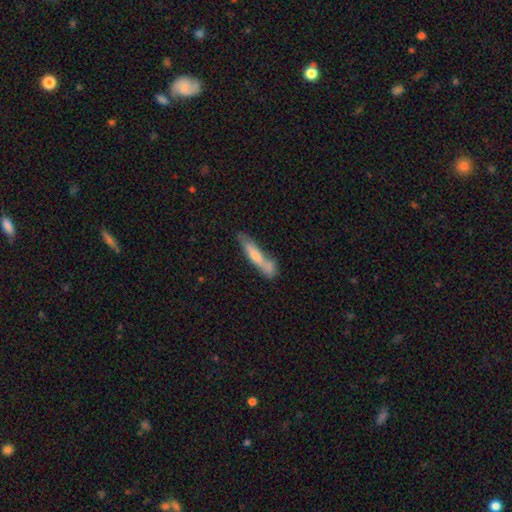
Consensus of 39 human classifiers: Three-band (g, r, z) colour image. It shows a featured or disk galaxy (56%) viewed edge-on (82%) with a rounded central bulge (56%). Merging: none (51%).